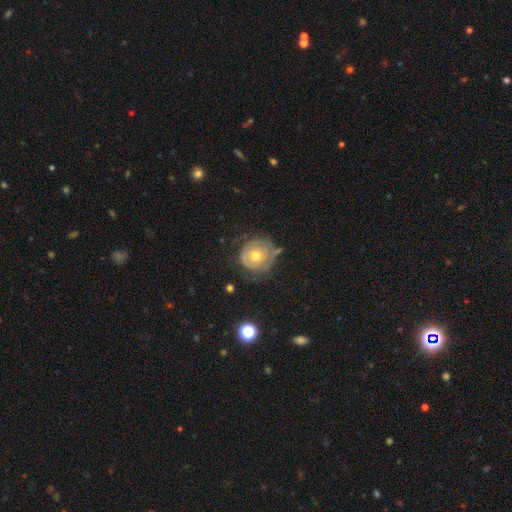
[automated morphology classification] This appears to be a featured or disk galaxy (48%). Merging: none (57%).